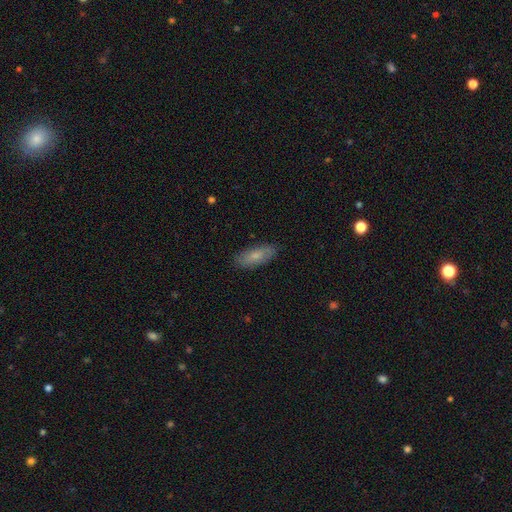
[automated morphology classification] Smooth or featured? smooth (75%)
How rounded? in between (69%)
Merging? none (86%)